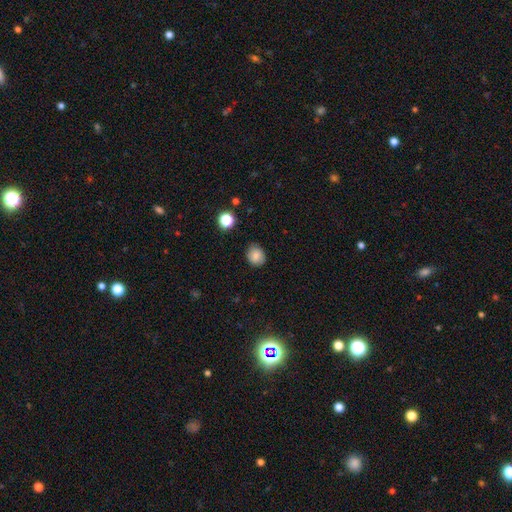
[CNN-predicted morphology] Smooth or featured: smooth — 82% (star or artifact — 11%)
How rounded: round — 71% (in between — 28%)
Merging: none — 81% (minor disturbance — 15%)